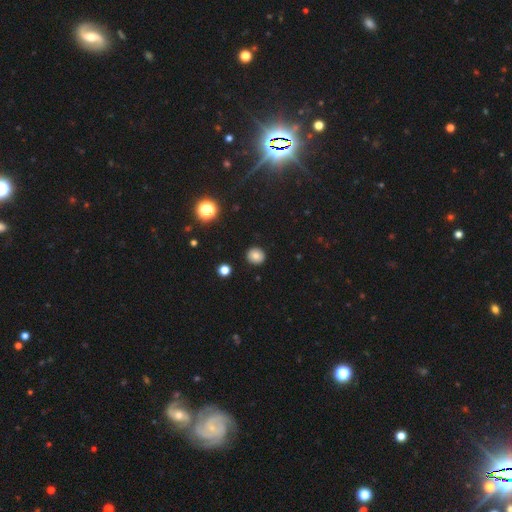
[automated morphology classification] A smooth galaxy with no disk features (79%) that is round (89%).

Vote fractions:
- Smooth or featured? smooth: 79% / star or artifact: 13% / featured or disk: 8%
- How rounded? round: 89% / in between: 10% / cigar-shaped: 1%
- Merging? none: 91% / minor disturbance: 6% / major disturbance: 2% / merger: 1%